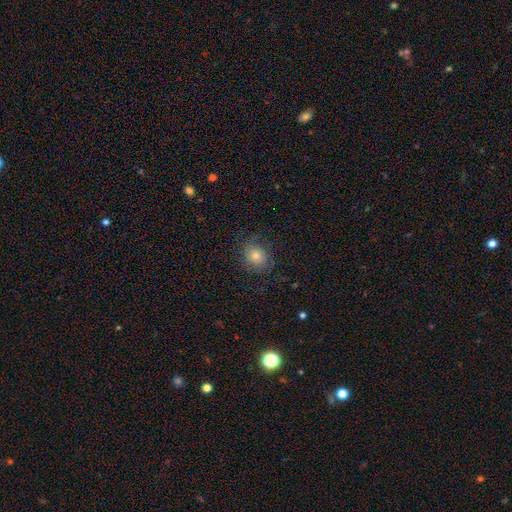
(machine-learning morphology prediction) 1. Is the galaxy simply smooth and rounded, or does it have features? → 61% smooth, 25% featured or disk, 14% star or artifact.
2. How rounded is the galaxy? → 69% round, 30% in between, 1% cigar-shaped.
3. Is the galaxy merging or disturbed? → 74% none, 16% minor disturbance, 9% major disturbance, 1% merger.